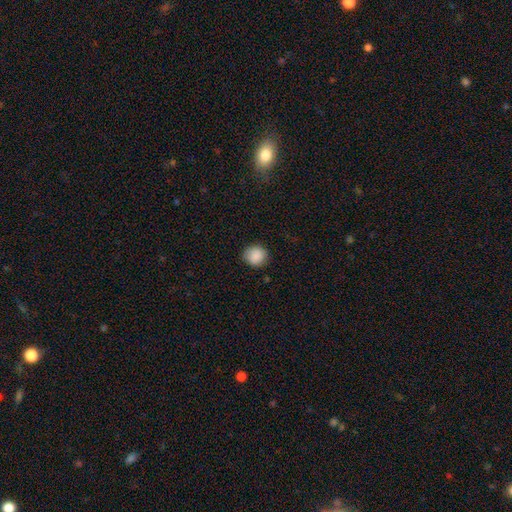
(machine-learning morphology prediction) smooth-or-featured: smooth: 88% | star or artifact: 8% | featured or disk: 4%
  how-rounded: round: 84% | in between: 15% | cigar-shaped: 1%
  merging: none: 85% | minor disturbance: 11% | major disturbance: 3% | merger: 1%